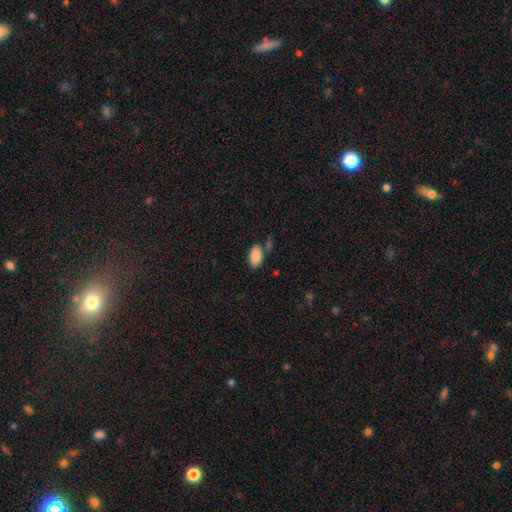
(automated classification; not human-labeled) The model was most divided on "merging": none: 69%, minor disturbance: 16%, merger: 11%, major disturbance: 5%. More confident: how rounded — in between (94%); smooth or featured — smooth (89%).